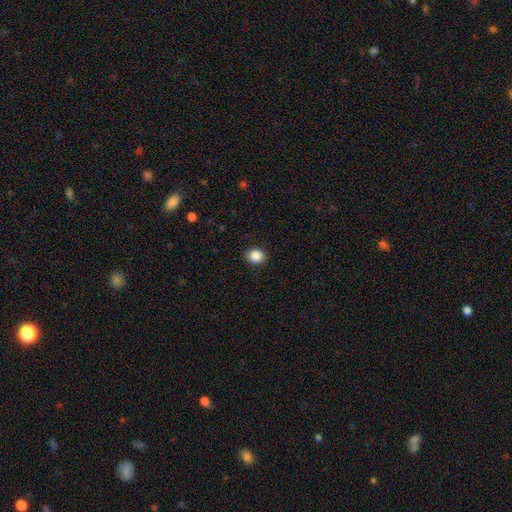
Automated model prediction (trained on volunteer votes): Smooth or featured? smooth (88%)
How rounded? round (76%)
Merging? none (90%)